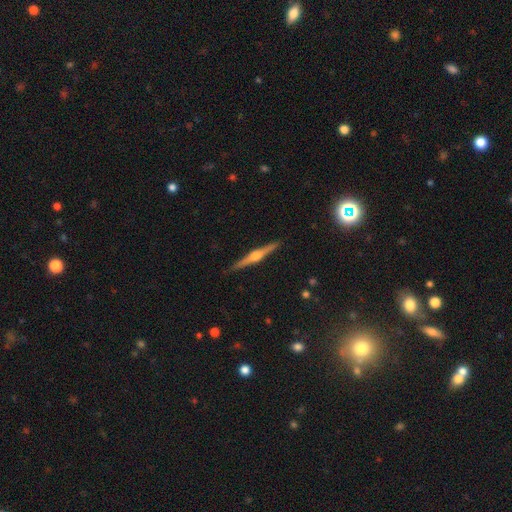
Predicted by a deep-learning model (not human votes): Q: Smooth or featured?
A: featured or disk (82%); runner-up: smooth (12%)
Q: Edge-on disk?
A: yes (98%); runner-up: no (2%)
Q: Edge-on bulge?
A: rounded (89%); runner-up: boxy (8%)
Q: Merging?
A: none (91%); runner-up: minor disturbance (6%)